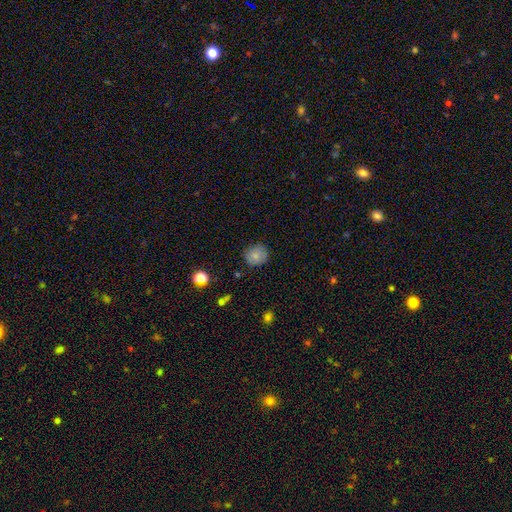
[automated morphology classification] A smooth galaxy with no disk features (80%) that is round (83%). Merging: none (81%).